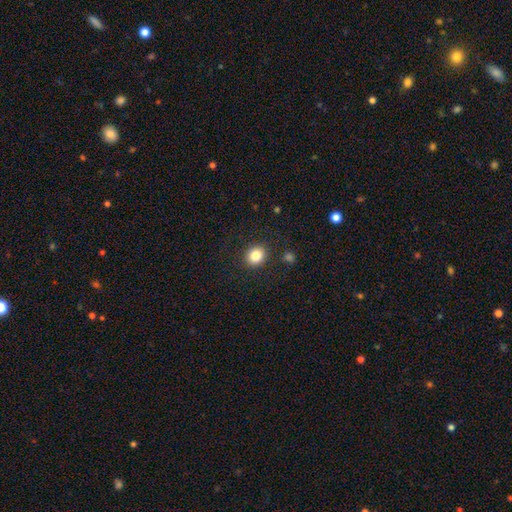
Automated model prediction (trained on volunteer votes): Smooth or featured? smooth (84%)
How rounded? round (72%)
Merging? none (88%)